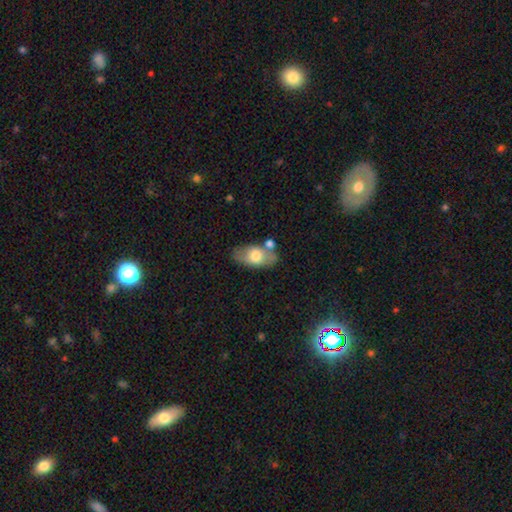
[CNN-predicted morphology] Smooth or featured? smooth (68%)
How rounded? in between (91%)
Merging? none (65%)